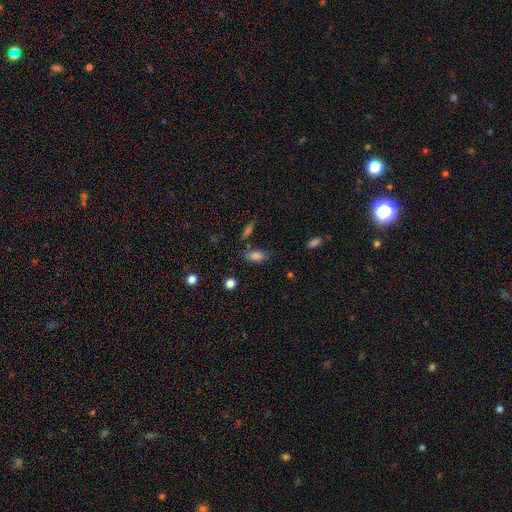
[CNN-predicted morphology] Overall: smooth (81%). How rounded: in between (86%). Merging: none (67%).